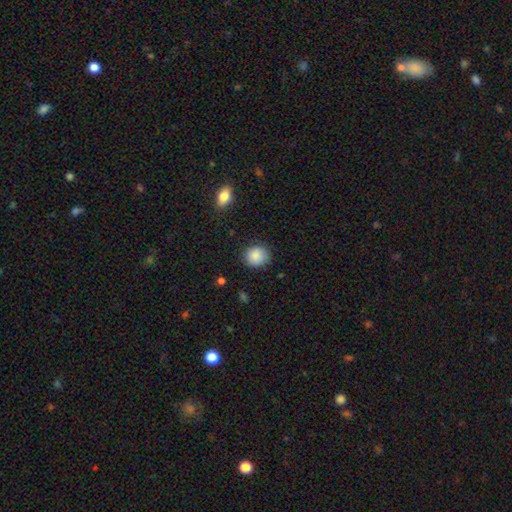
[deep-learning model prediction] Smooth or featured?
  - smooth: 88% *
  - star or artifact: 8%
  - featured or disk: 4%
How rounded?
  - round: 82% *
  - in between: 17%
  - cigar-shaped: 1%
Merging?
  - none: 85% *
  - minor disturbance: 11%
  - major disturbance: 3%
  - merger: 1%